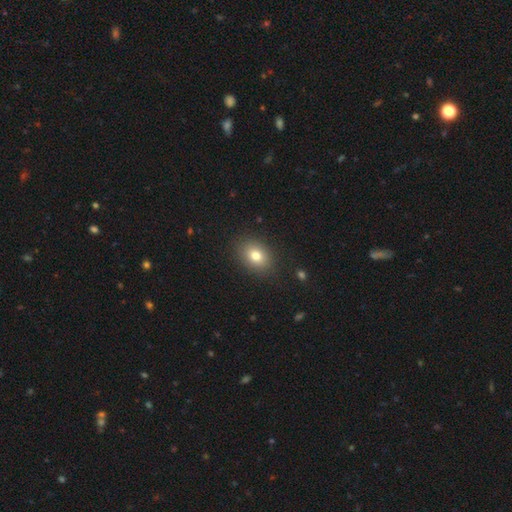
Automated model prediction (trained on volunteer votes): This is likely a smooth galaxy (79%). How rounded: likely in between (67%). Merging: clearly none (87%).